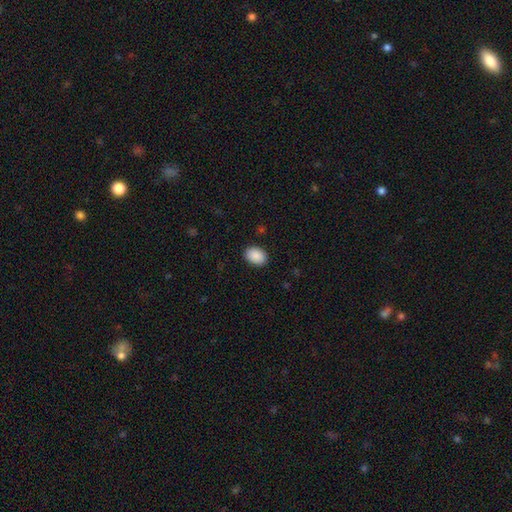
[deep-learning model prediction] Overall: smooth (90%). How rounded: in between (79%). Merging: none (89%).